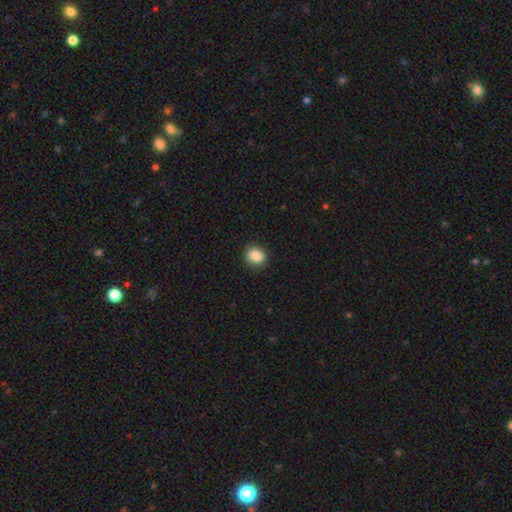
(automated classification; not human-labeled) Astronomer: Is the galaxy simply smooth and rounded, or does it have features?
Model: smooth — 87%.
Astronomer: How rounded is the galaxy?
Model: round — 64%.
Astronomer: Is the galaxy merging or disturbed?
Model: none — 86%.